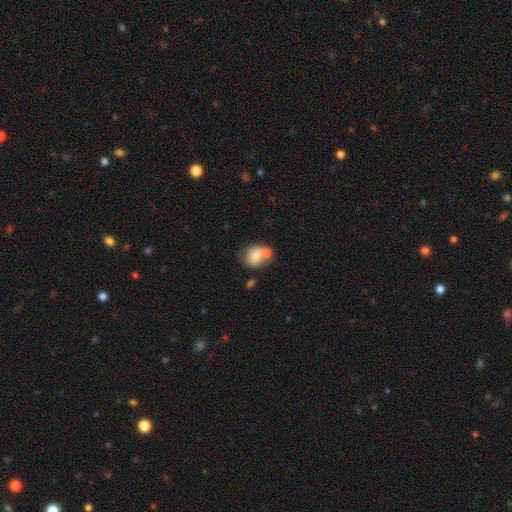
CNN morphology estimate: type=smooth (76%); roundness=round (58%); merging=merger (44%).